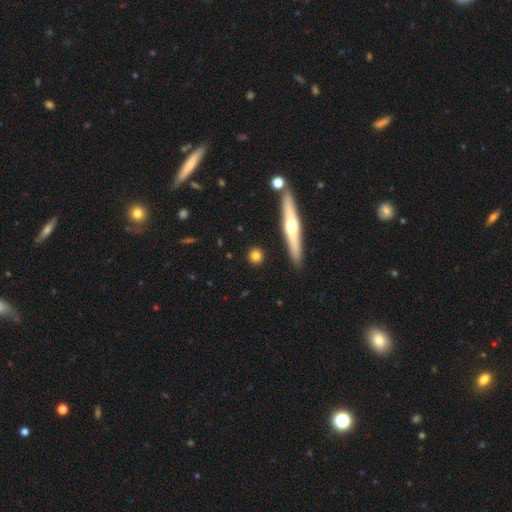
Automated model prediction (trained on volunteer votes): smooth 75%, featured or disk 17%, star or artifact 8%. Down the decision tree: how rounded — round (82%); merging — none (89%).